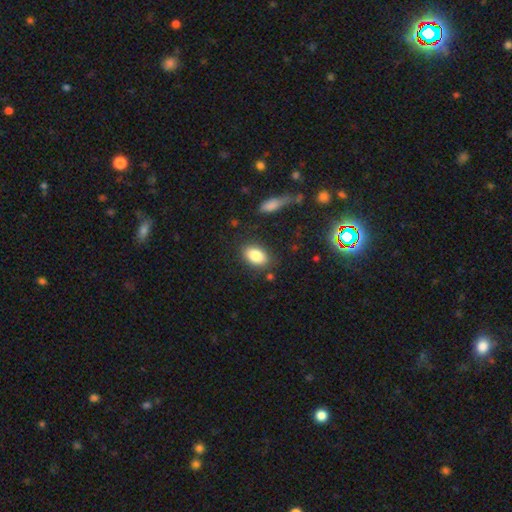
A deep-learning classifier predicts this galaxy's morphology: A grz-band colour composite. It shows a smooth galaxy with no disk features (86%) that is in between round and cigar-shaped (90%). Merging: none (83%).